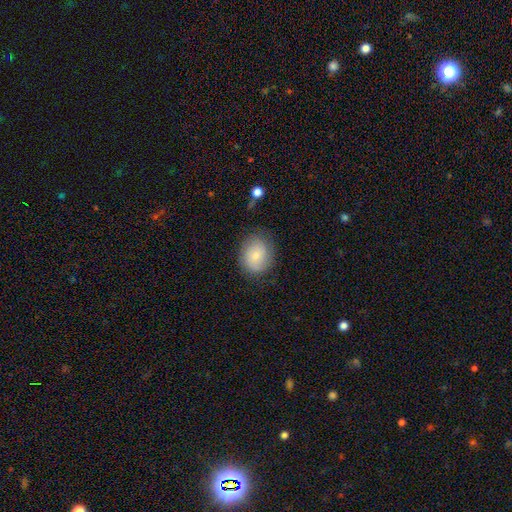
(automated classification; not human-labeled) Overall: smooth (71%). How rounded: round (68%; in between 31%). Merging: none (77%).